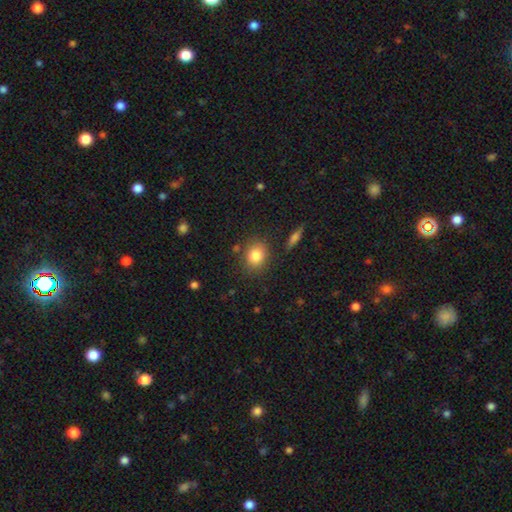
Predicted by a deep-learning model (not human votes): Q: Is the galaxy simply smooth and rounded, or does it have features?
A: smooth — 82%.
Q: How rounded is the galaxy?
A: round — 58%.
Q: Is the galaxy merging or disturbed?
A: none — 81%.